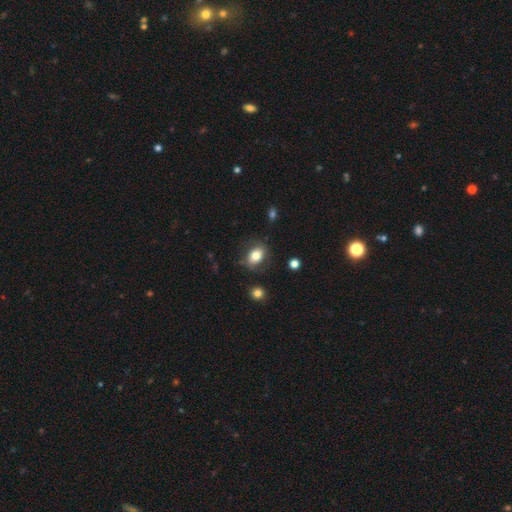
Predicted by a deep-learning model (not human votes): Q: Smooth or featured?
A: smooth (78%); runner-up: featured or disk (14%)
Q: How rounded?
A: in between (72%); runner-up: round (27%)
Q: Merging?
A: none (76%); runner-up: minor disturbance (16%)